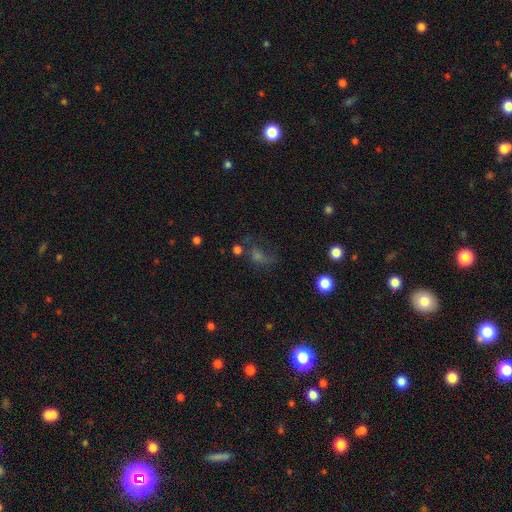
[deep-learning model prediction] smooth_or_featured: smooth (p=0.37) [alt: star or artifact p=0.35]
merging: none (p=0.45) [alt: major disturbance p=0.27]